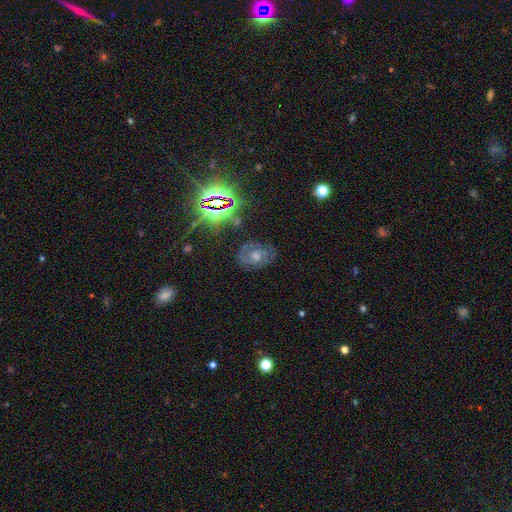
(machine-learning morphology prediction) Smooth or featured? featured or disk (62%)
Edge-on disk? no (96%)
Bar? no (63%)
Spiral arms? yes (85%)
Spiral winding? tight (47%)
Spiral arm count? 2 (64%)
Bulge size? moderate (49%)
Merging? none (70%)